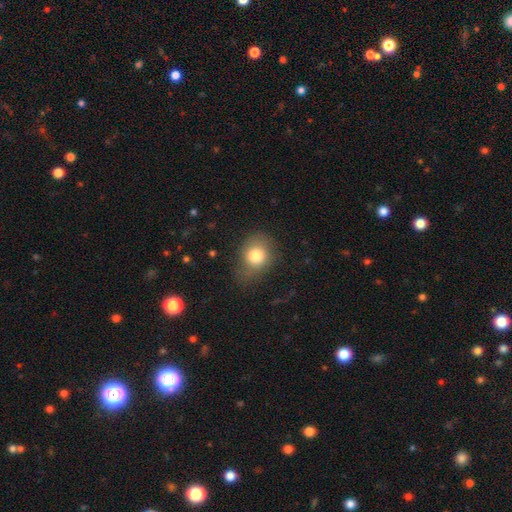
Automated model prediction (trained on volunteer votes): Q: Smooth or featured?
A: smooth (78%); runner-up: featured or disk (12%)
Q: How rounded?
A: round (53%); runner-up: in between (46%)
Q: Merging?
A: none (59%); runner-up: minor disturbance (27%)